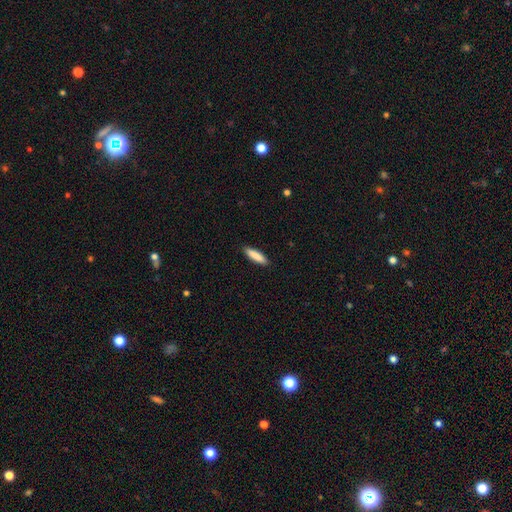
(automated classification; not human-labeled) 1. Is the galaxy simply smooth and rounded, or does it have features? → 87% smooth, 7% featured or disk, 6% star or artifact.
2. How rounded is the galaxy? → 72% cigar-shaped, 26% in between, 1% round.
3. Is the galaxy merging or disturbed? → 90% none, 7% minor disturbance, 2% major disturbance, 1% merger.